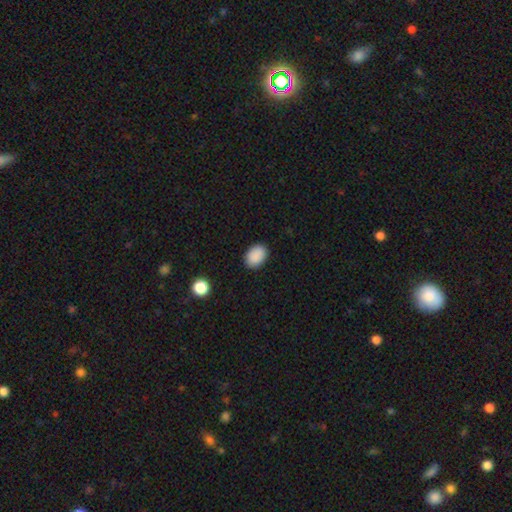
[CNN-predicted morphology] This is clearly a smooth galaxy (90%). How rounded: clearly in between (81%). Merging: clearly none (89%).